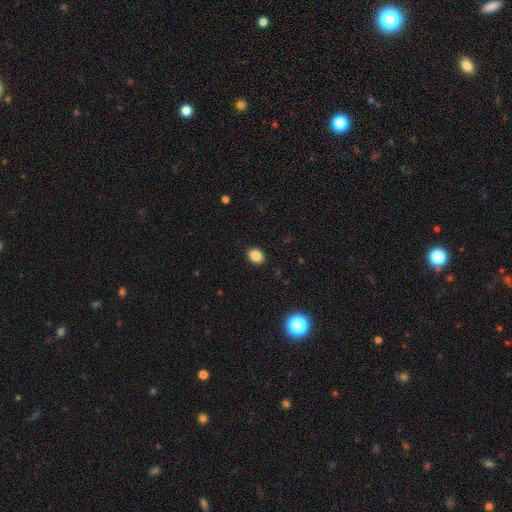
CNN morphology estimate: smooth-or-featured: smooth: 86% | star or artifact: 10% | featured or disk: 5%
  how-rounded: in between: 66% | round: 33% | cigar-shaped: 1%
  merging: none: 90% | minor disturbance: 7% | major disturbance: 2% | merger: 1%